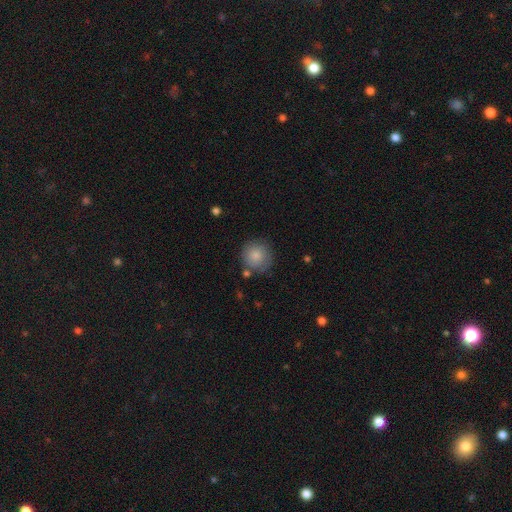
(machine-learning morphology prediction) Overall: smooth (81%). How rounded: round (92%). Merging: none (77%).